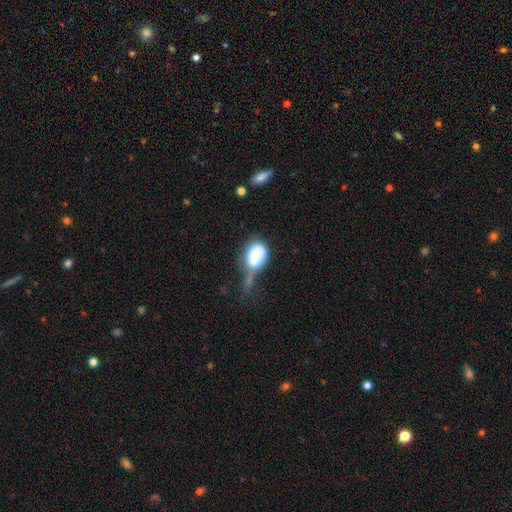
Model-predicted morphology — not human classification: Smooth or featured? smooth (74%)
How rounded? in between (73%)
Merging? major disturbance (31%)